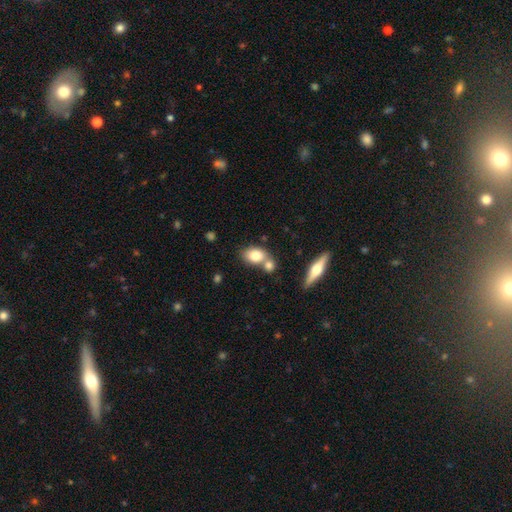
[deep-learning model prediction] smooth 77%, featured or disk 15%, star or artifact 8%. Down the decision tree: how rounded — in between (78%); merging — none (46%).